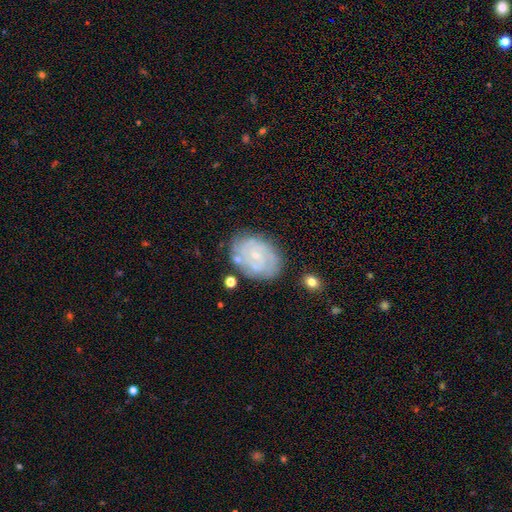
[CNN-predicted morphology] This is likely a featured or disk galaxy (76%). It is clearly not viewed edge-on (97%). Bar: likely no (66%). Spiral arm pattern: clearly yes (90%). Spiral arm count: marginally can't tell (38%). Spiral winding: likely tight (68%). Central bulge: likely small (79%). Merging: likely none (74%).